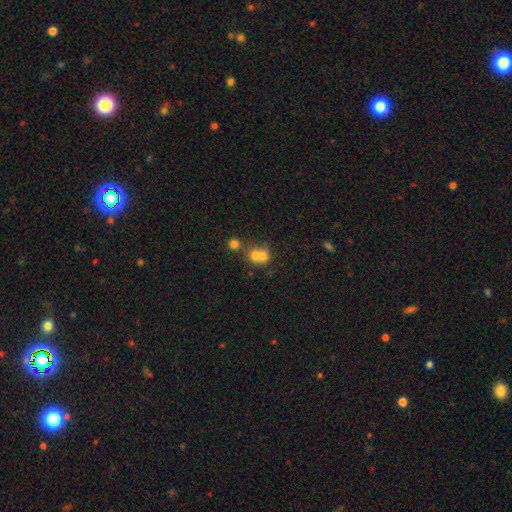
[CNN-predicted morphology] smooth-or-featured: smooth: 69% | featured or disk: 18% | star or artifact: 13%
  how-rounded: round: 75% | in between: 24% | cigar-shaped: 1%
  merging: merger: 62% | none: 29% | minor disturbance: 6% | major disturbance: 3%